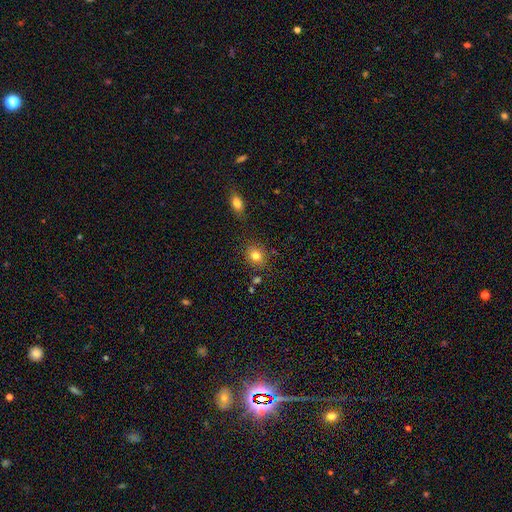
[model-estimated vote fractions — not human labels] The model was most divided on "how rounded": round: 58%, in between: 41%, cigar-shaped: 1%. More confident: smooth or featured — smooth (82%); merging — none (79%).